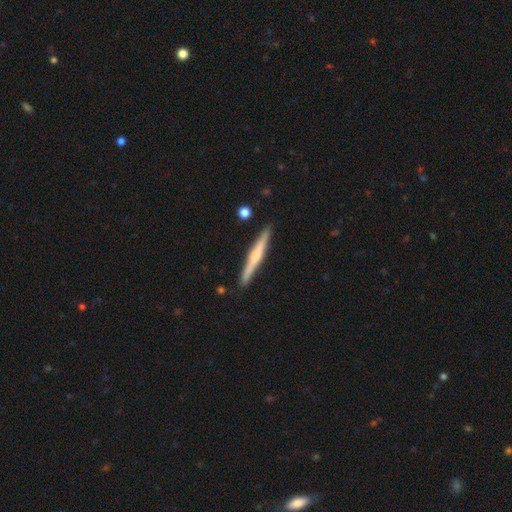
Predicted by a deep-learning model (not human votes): Overall: featured or disk (58%; smooth 36%). Edge-on disk: yes (98%). Edge-on bulge: rounded (58%; none 25%). Merging: none (90%).